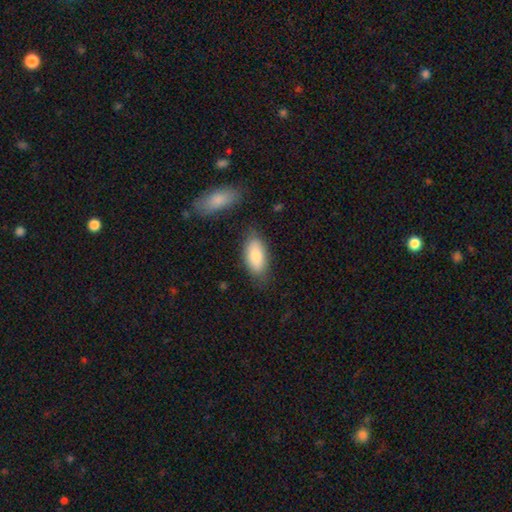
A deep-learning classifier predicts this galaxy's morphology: The model was most divided on "merging": none: 74%, minor disturbance: 17%, merger: 5%, major disturbance: 4%. More confident: how rounded — in between (89%); smooth or featured — smooth (82%).